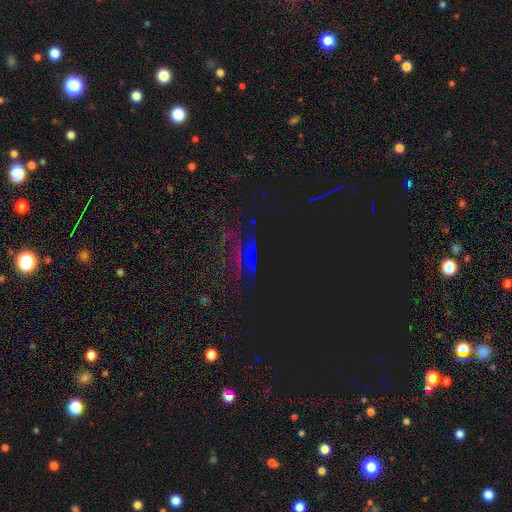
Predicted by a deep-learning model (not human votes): smooth-or-featured: star or artifact: 75% | smooth: 14% | featured or disk: 11%